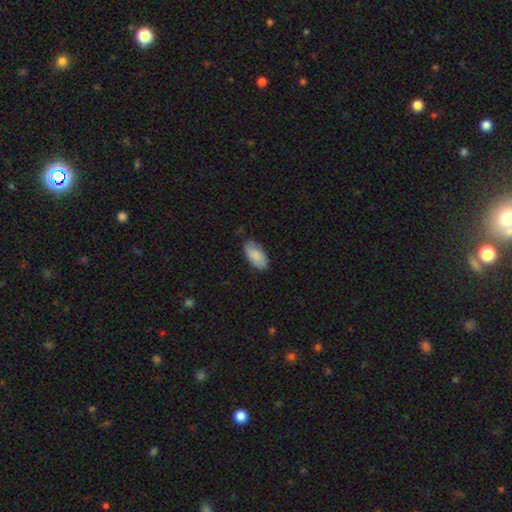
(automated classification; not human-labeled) Morphology: type=smooth (88%); roundness=in between (94%); merging=none (75%).